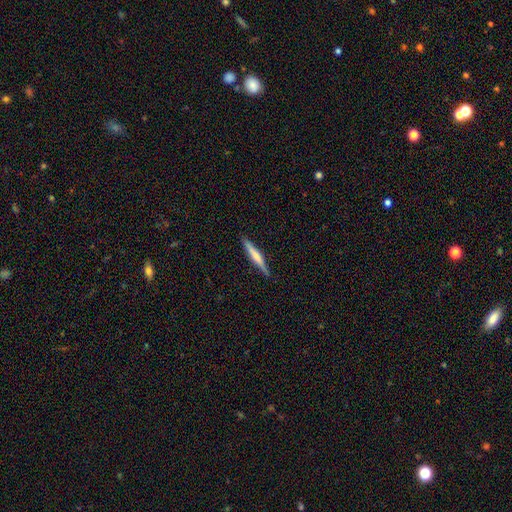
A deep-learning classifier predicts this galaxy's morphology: A smooth galaxy with no disk features (48%). Merging: none (89%).